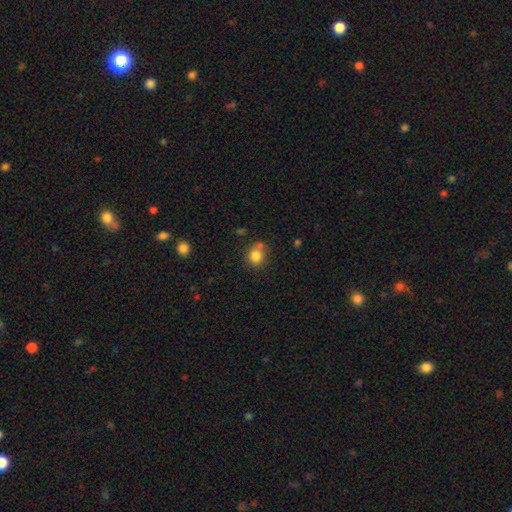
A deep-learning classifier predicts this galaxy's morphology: The model was most divided on "merging": none: 63%, minor disturbance: 19%, merger: 12%, major disturbance: 6%. More confident: smooth or featured — smooth (83%); how rounded — round (74%).